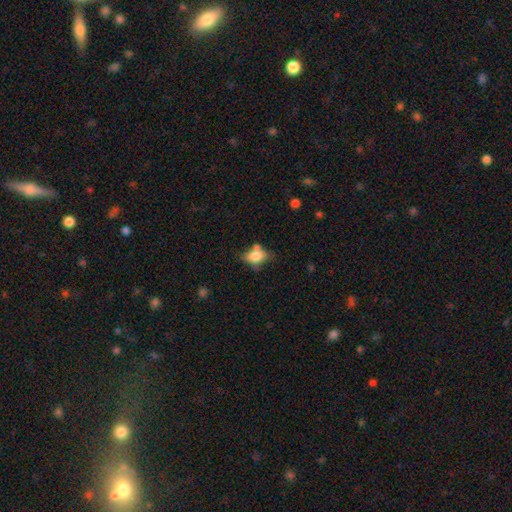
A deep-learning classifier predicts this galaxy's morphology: This is likely a smooth galaxy (75%). How rounded: likely in between (80%). Merging: possibly none (49%).